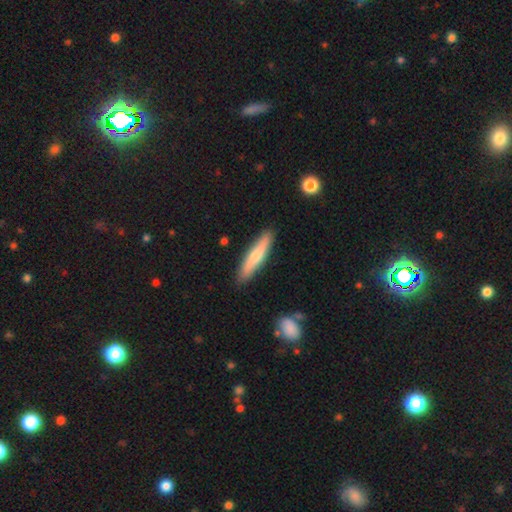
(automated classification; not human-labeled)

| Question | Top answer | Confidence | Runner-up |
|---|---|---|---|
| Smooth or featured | smooth | 62% | featured or disk (32%) |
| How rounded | cigar-shaped | 86% | in between (13%) |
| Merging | none | 88% | minor disturbance (9%) |